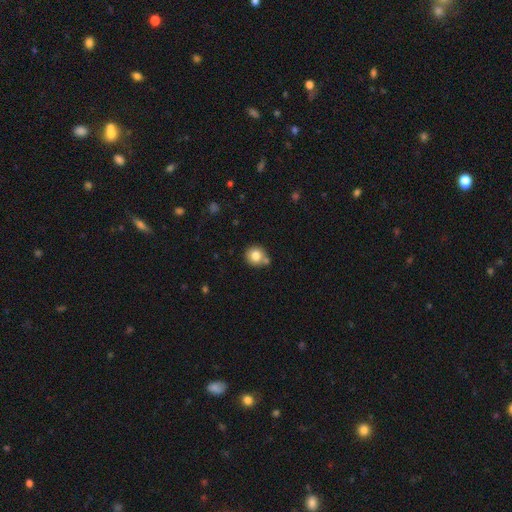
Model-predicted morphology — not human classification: Smooth or featured?
  - smooth: 80% *
  - featured or disk: 10%
  - star or artifact: 10%
How rounded?
  - round: 85% *
  - in between: 14%
  - cigar-shaped: 1%
Merging?
  - none: 62% *
  - merger: 20%
  - minor disturbance: 14%
  - major disturbance: 4%